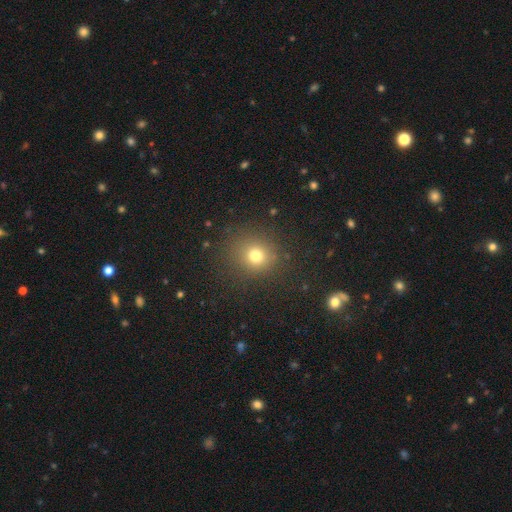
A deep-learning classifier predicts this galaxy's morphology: Overall: smooth (75%). How rounded: round (84%). Merging: none (85%).